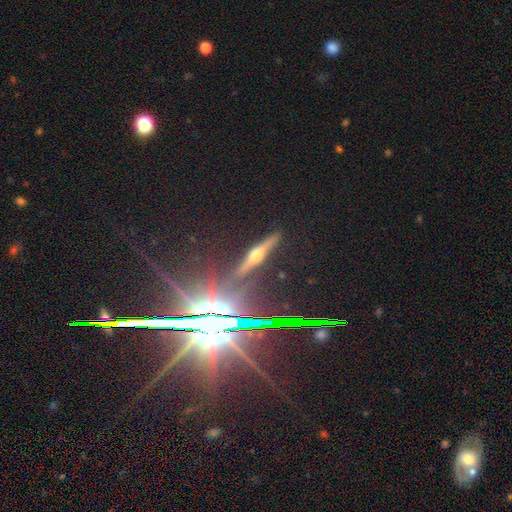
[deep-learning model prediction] A featured or disk galaxy (60%) viewed edge-on (94%) with a rounded central bulge (93%). Merging: none (85%).